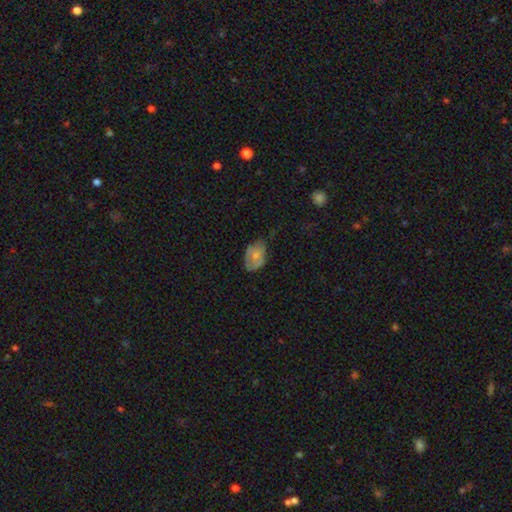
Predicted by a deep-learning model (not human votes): smooth 62%, featured or disk 30%, star or artifact 8%. Down the decision tree: how rounded — in between (84%); merging — minor disturbance (43%).